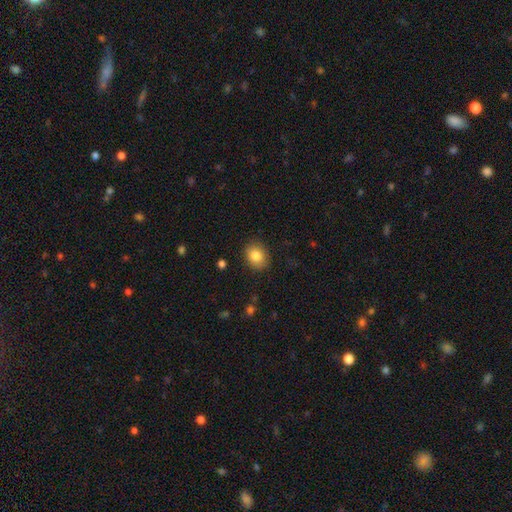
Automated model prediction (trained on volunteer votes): This appears to be a smooth galaxy with no disk features (84%) that is in between round and cigar-shaped (51%). Merging: none (86%).